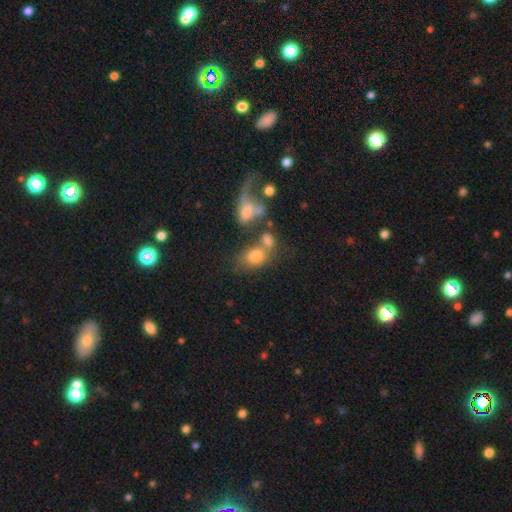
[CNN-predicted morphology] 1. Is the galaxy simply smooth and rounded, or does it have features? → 72% smooth, 16% featured or disk, 12% star or artifact.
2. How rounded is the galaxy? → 69% in between, 29% round, 2% cigar-shaped.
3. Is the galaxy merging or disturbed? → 47% merger, 29% none, 12% major disturbance, 12% minor disturbance.